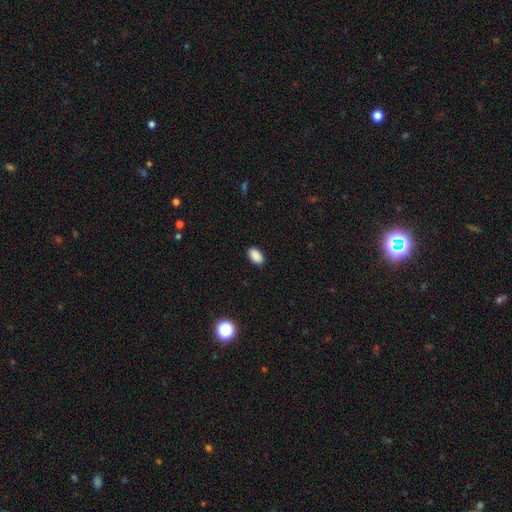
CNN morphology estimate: Overall: smooth (90%). How rounded: in between (94%). Merging: none (89%).